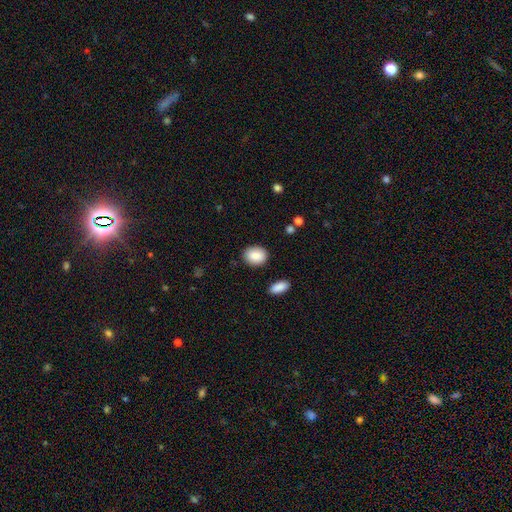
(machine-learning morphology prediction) type=smooth (87%); roundness=in between (56%); merging=none (87%).